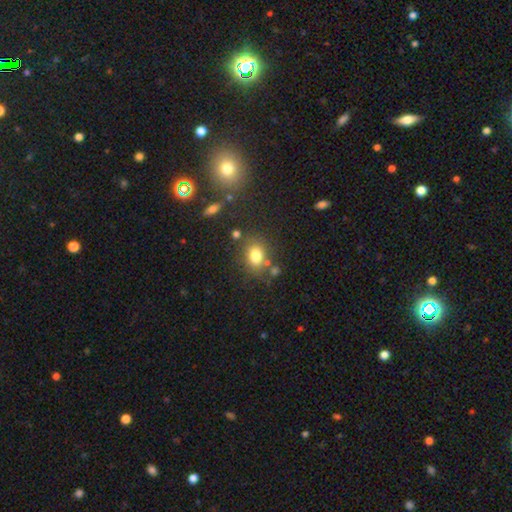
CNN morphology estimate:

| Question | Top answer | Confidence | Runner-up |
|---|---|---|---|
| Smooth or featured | smooth | 78% | star or artifact (13%) |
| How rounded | in between | 59% | round (39%) |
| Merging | none | 70% | minor disturbance (14%) |